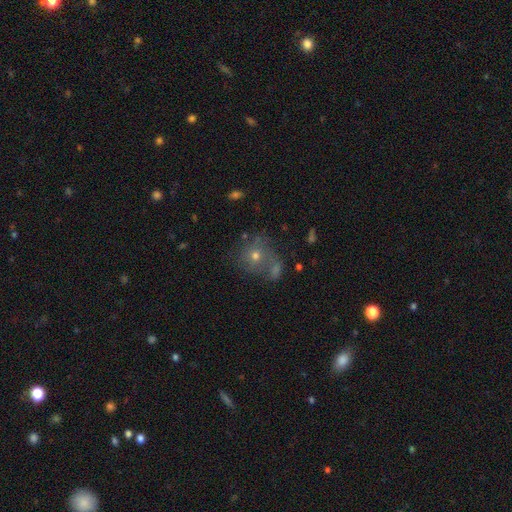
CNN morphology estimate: This appears to be a smooth galaxy with no disk features (49%). Merging: none (50%).